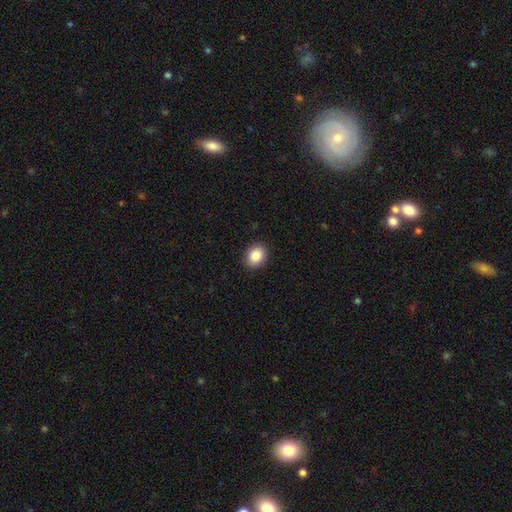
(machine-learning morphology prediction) Smooth or featured? Predicted: smooth (p=0.86). How rounded? Predicted: in between (p=0.50). Merging? Predicted: none (p=0.91).